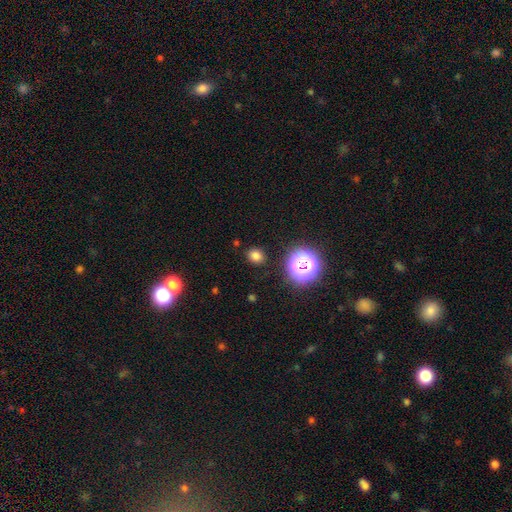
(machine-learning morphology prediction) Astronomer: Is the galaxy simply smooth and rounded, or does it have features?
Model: smooth — 75%.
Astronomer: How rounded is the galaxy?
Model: round — 74%.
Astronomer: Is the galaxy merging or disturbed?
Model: none — 89%.